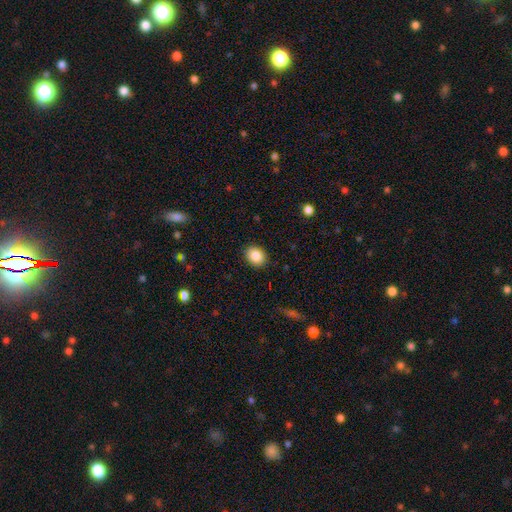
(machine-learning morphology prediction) Q: Smooth or featured?
A: smooth (86%); runner-up: star or artifact (9%)
Q: How rounded?
A: round (55%); runner-up: in between (44%)
Q: Merging?
A: none (89%); runner-up: minor disturbance (8%)